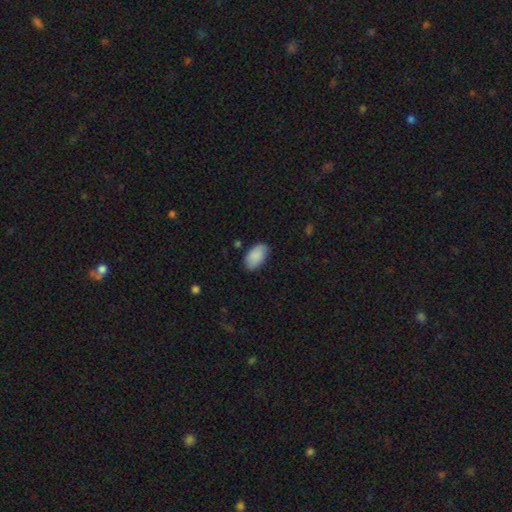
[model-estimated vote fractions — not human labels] A smooth galaxy with no disk features (88%) that is in between round and cigar-shaped (94%).

Vote fractions:
- Smooth or featured? smooth: 88% / star or artifact: 6% / featured or disk: 6%
- How rounded? in between: 94% / round: 5% / cigar-shaped: 1%
- Merging? none: 77% / minor disturbance: 18% / major disturbance: 3% / merger: 1%